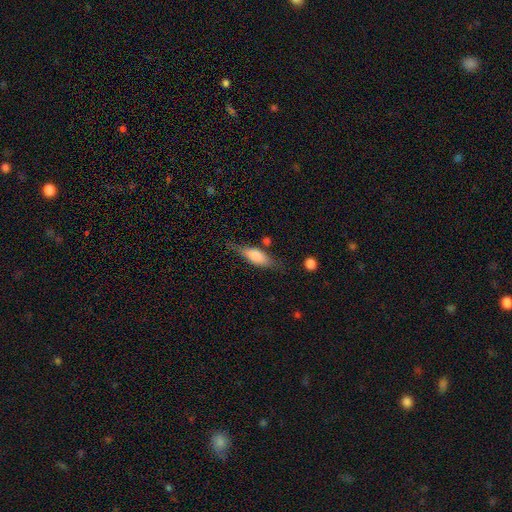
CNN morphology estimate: Smooth or featured: smooth — 70% (featured or disk — 24%)
How rounded: in between — 64% (cigar-shaped — 33%)
Merging: none — 64% (minor disturbance — 24%)